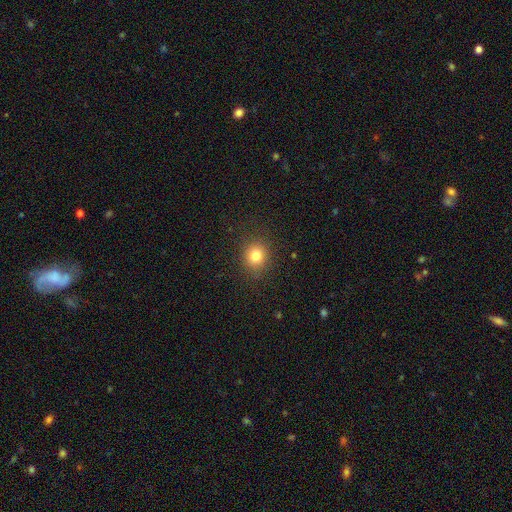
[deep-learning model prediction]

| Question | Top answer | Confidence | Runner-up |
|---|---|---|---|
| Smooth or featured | smooth | 81% | star or artifact (13%) |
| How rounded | round | 82% | in between (17%) |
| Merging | none | 88% | minor disturbance (8%) |